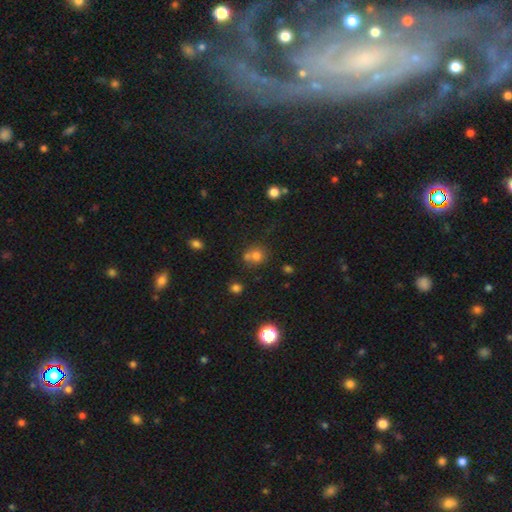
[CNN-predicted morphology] Smooth or featured?
  - smooth: 71% *
  - star or artifact: 17%
  - featured or disk: 12%
How rounded?
  - round: 78% *
  - in between: 21%
  - cigar-shaped: 1%
Merging?
  - none: 50% *
  - merger: 34%
  - minor disturbance: 12%
  - major disturbance: 4%